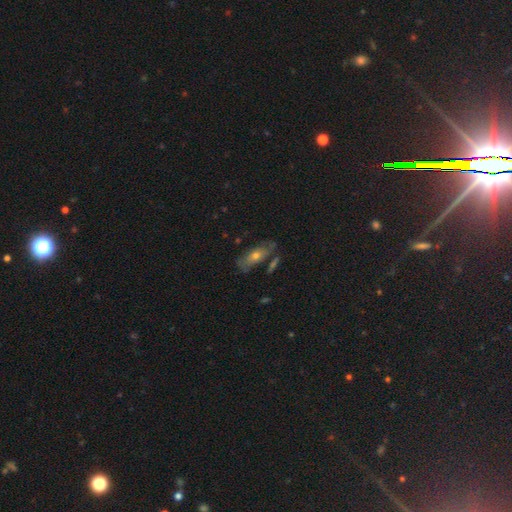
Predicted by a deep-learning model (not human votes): Q: Smooth or featured?
A: smooth (46%); runner-up: featured or disk (45%)
Q: Merging?
A: none (67%); runner-up: minor disturbance (18%)